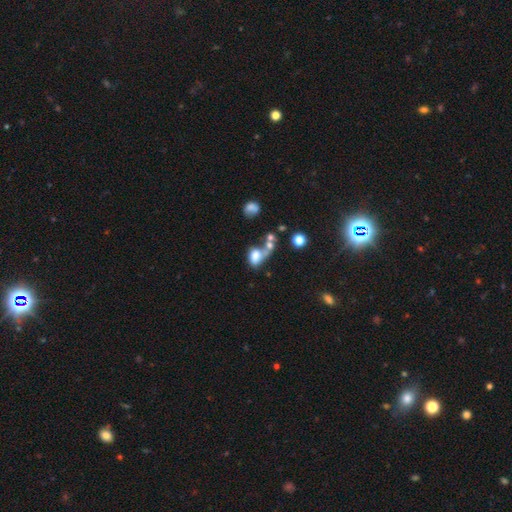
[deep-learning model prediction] Smooth or featured: smooth — 68% (featured or disk — 20%)
How rounded: in between — 77% (round — 21%)
Merging: merger — 49% (none — 20%)